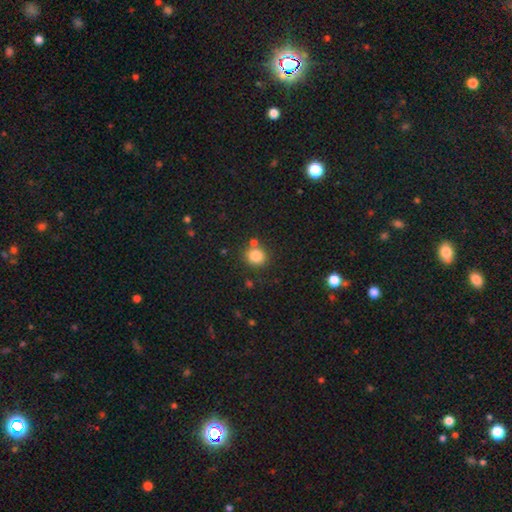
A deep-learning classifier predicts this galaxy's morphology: Smooth or featured?
  - smooth: 83% *
  - star or artifact: 11%
  - featured or disk: 6%
How rounded?
  - round: 81% *
  - in between: 18%
  - cigar-shaped: 1%
Merging?
  - none: 74% *
  - merger: 13%
  - minor disturbance: 10%
  - major disturbance: 3%